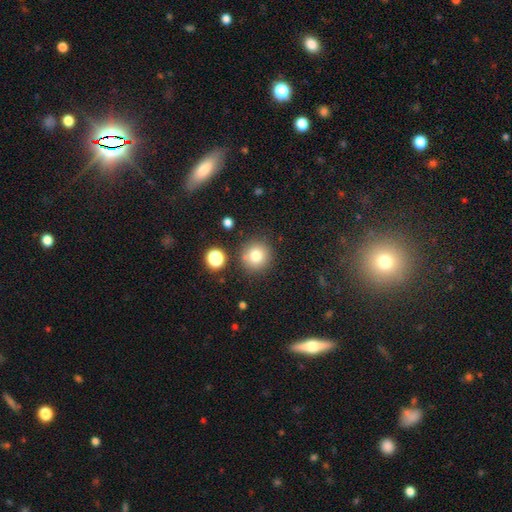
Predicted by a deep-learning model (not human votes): smooth-or-featured: smooth: 78% | star or artifact: 13% | featured or disk: 9%
  how-rounded: round: 93% | in between: 6% | cigar-shaped: 1%
  merging: none: 83% | minor disturbance: 9% | merger: 6% | major disturbance: 3%